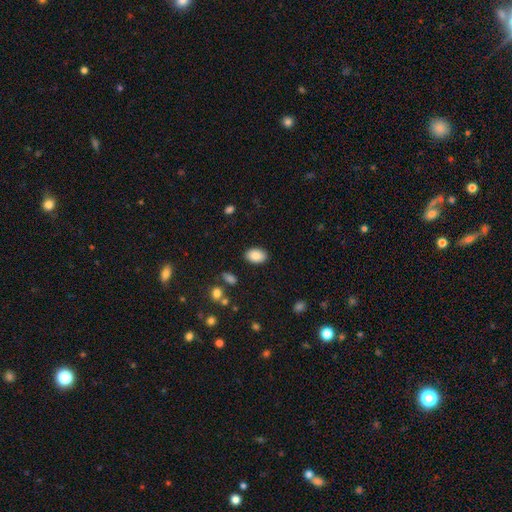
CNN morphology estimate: A smooth galaxy with no disk features (88%) that is in between round and cigar-shaped (87%). Merging: none (88%).